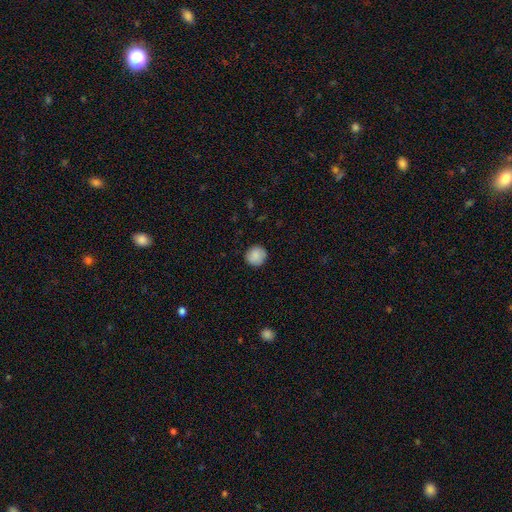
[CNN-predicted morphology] type=smooth (88%); roundness=round (92%); merging=none (89%).